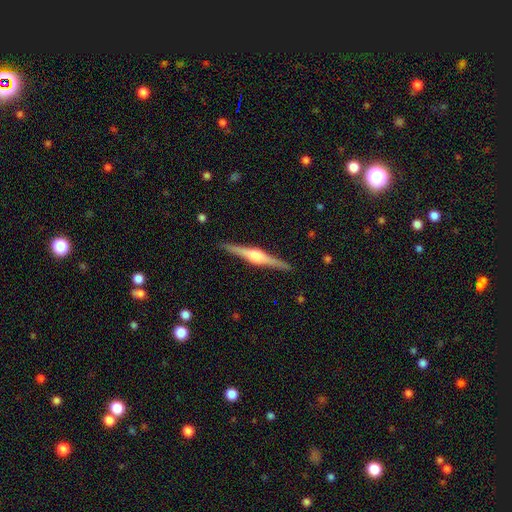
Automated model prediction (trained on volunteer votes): Smooth or featured? featured or disk (83%)
Edge-on disk? yes (98%)
Edge-on bulge? rounded (84%)
Merging? none (91%)